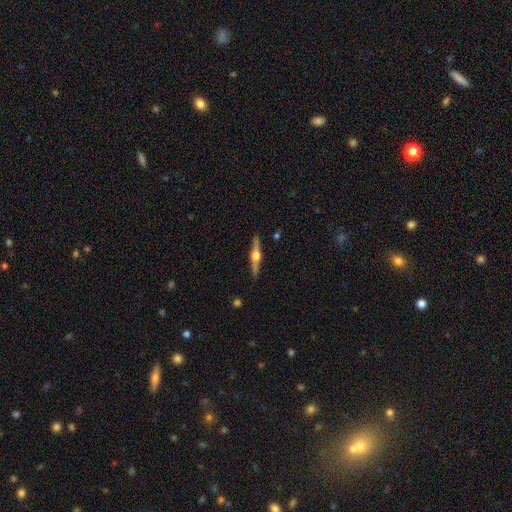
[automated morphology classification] A featured or disk galaxy (81%) viewed edge-on (98%) with a rounded central bulge (95%).

Vote fractions:
- Smooth or featured? featured or disk: 81% / smooth: 14% / star or artifact: 5%
- Edge-on disk? yes: 98% / no: 2%
- Edge-on bulge? rounded: 95% / boxy: 4% / none: 1%
- Merging? none: 90% / minor disturbance: 7% / major disturbance: 2% / merger: 1%